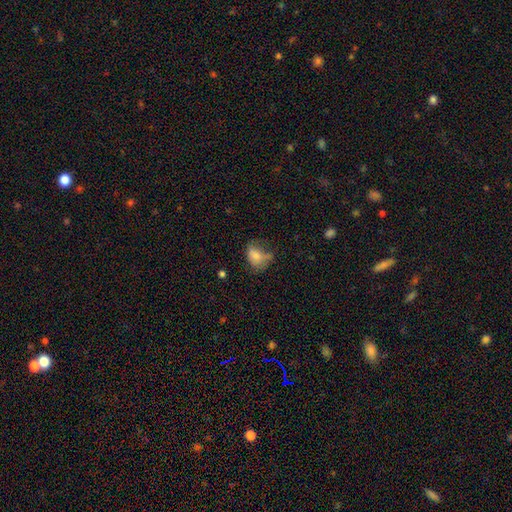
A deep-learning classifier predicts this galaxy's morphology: Q: Smooth or featured?
A: smooth (71%); runner-up: featured or disk (18%)
Q: How rounded?
A: in between (74%); runner-up: round (25%)
Q: Merging?
A: none (36%); runner-up: minor disturbance (33%)